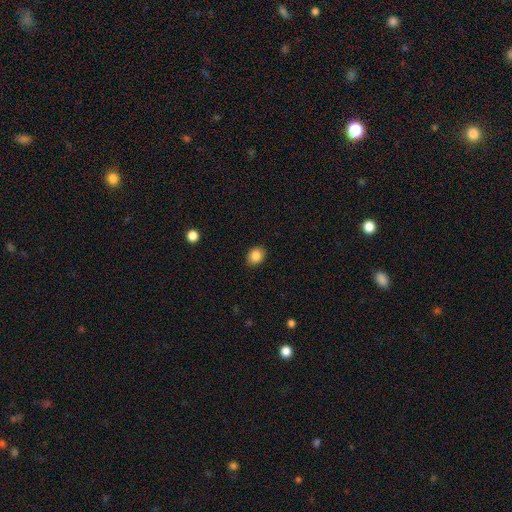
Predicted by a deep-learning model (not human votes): smooth 85%, star or artifact 9%, featured or disk 6%. Down the decision tree: how rounded — round (50%); merging — none (89%).